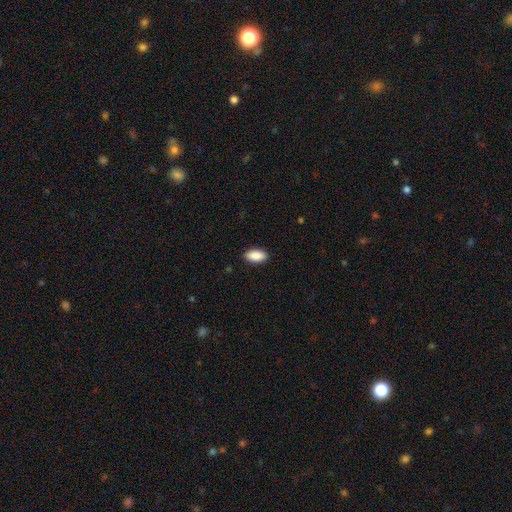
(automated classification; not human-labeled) Smooth or featured?
  - smooth: 90% *
  - star or artifact: 6%
  - featured or disk: 4%
How rounded?
  - in between: 93% *
  - cigar-shaped: 5%
  - round: 3%
Merging?
  - none: 89% *
  - minor disturbance: 8%
  - major disturbance: 2%
  - merger: 1%